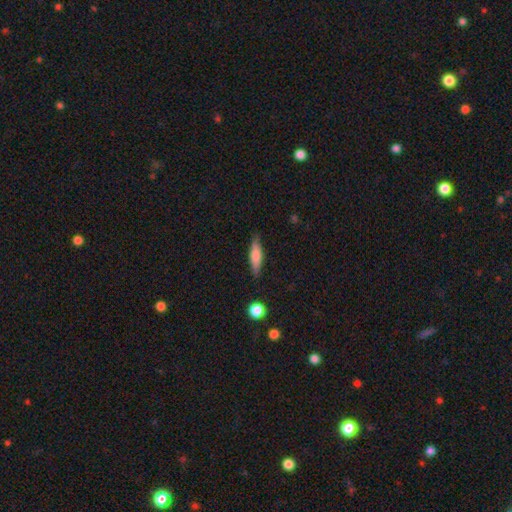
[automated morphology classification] Smooth or featured?
  - smooth: 68% *
  - featured or disk: 26%
  - star or artifact: 7%
How rounded?
  - cigar-shaped: 70% *
  - in between: 28%
  - round: 2%
Merging?
  - none: 85% *
  - minor disturbance: 11%
  - major disturbance: 2%
  - merger: 2%